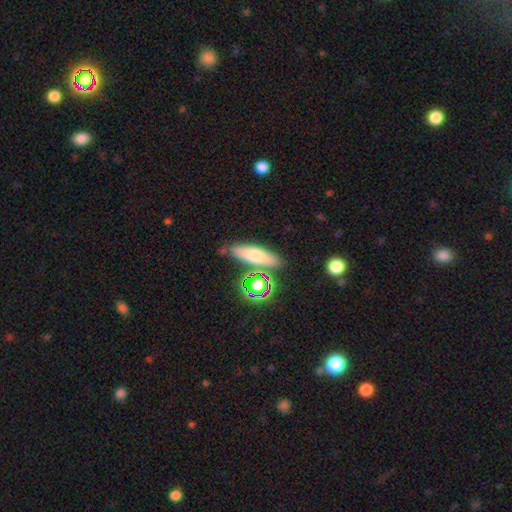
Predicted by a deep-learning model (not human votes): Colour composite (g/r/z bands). It shows a smooth galaxy with no disk features (65%) that is cigar-shaped (50%). Merging: none (77%).